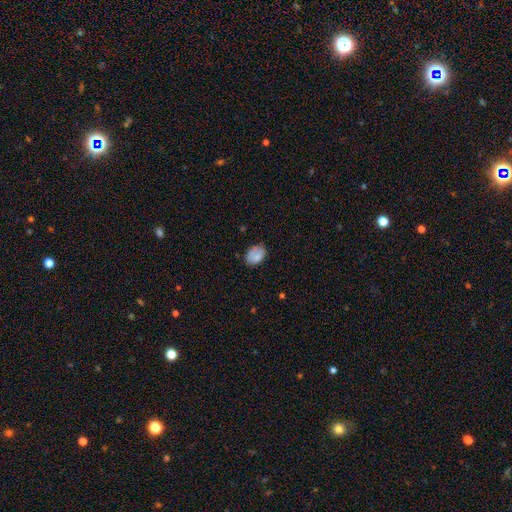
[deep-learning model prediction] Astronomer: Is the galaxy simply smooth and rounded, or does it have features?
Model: smooth — 79%.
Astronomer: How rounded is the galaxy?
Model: in between — 82%.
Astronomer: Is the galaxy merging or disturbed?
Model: none — 67%.